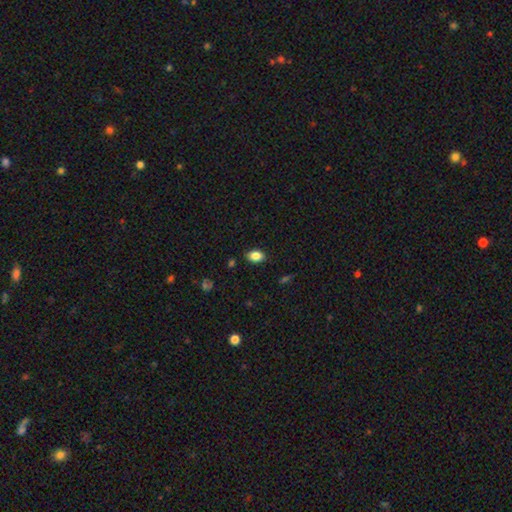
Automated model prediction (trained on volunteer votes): smooth_or_featured: smooth (p=0.84) [alt: star or artifact p=0.10]
how_rounded: in between (p=0.81) [alt: round p=0.17]
merging: none (p=0.85) [alt: minor disturbance p=0.11]